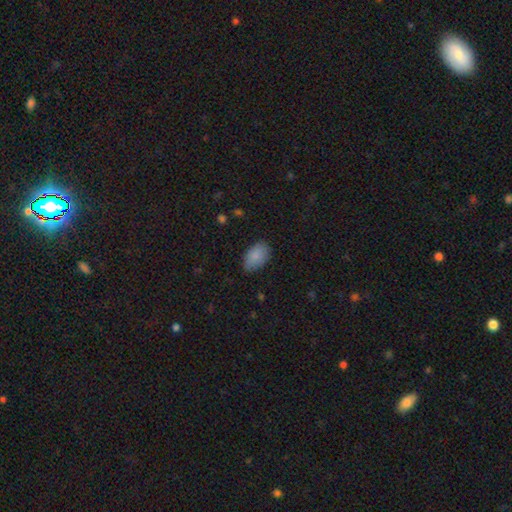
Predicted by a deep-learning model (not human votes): Smooth or featured? Predicted: smooth (p=0.88). How rounded? Predicted: in between (p=0.93). Merging? Predicted: none (p=0.80).